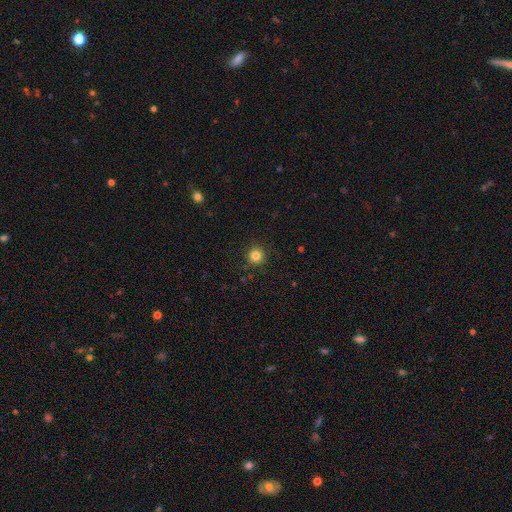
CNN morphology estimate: Smooth or featured? Predicted: smooth (p=0.82). How rounded? Predicted: round (p=0.95). Merging? Predicted: none (p=0.91).